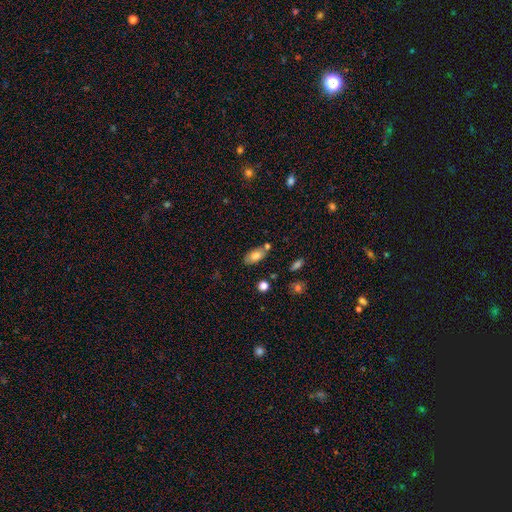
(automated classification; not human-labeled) This is likely a smooth galaxy (78%). How rounded: clearly in between (91%). Merging: likely none (70%).